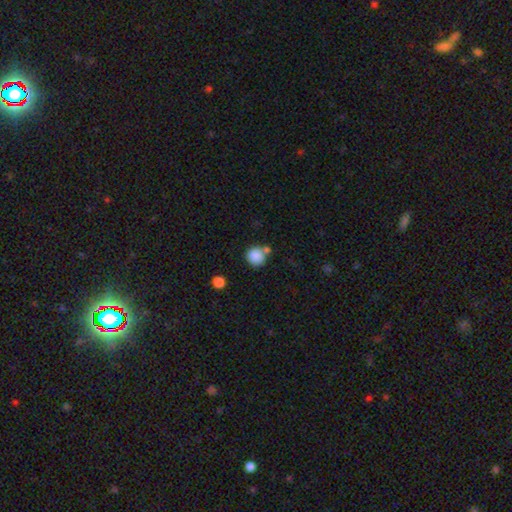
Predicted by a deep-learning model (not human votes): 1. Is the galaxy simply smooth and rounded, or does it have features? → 86% smooth, 9% star or artifact, 5% featured or disk.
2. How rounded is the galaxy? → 90% round, 9% in between, 1% cigar-shaped.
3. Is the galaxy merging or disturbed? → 64% none, 20% merger, 12% minor disturbance, 4% major disturbance.